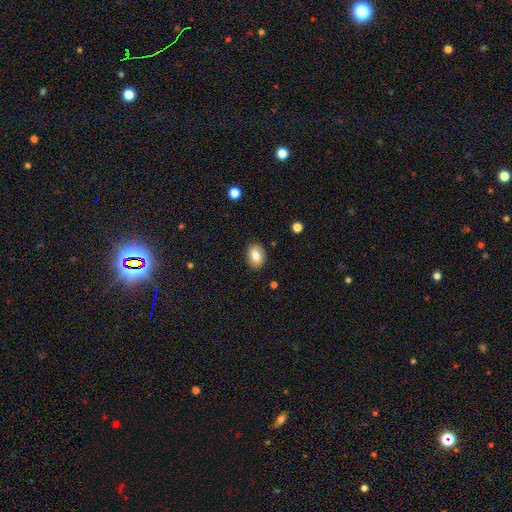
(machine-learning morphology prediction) smooth_or_featured: smooth (p=0.80) [alt: featured or disk p=0.11]
how_rounded: in between (p=0.74) [alt: round p=0.25]
merging: none (p=0.87) [alt: minor disturbance p=0.10]